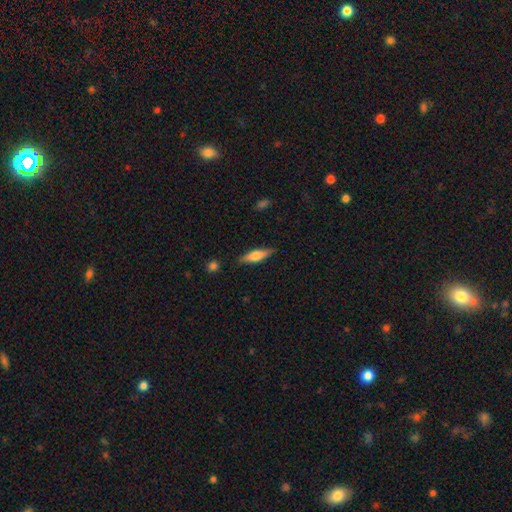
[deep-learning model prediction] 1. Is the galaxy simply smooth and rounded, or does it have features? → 53% smooth, 41% featured or disk, 6% star or artifact.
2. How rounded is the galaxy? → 64% cigar-shaped, 33% in between, 2% round.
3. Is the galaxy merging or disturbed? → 84% none, 12% minor disturbance, 2% major disturbance, 1% merger.